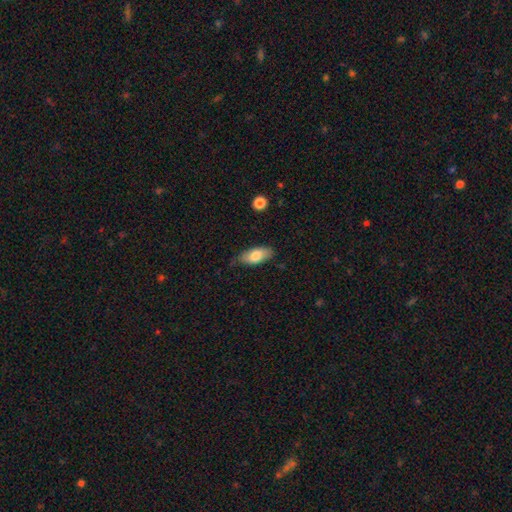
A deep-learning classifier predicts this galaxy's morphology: Smooth or featured?
  - smooth: 79% *
  - featured or disk: 15%
  - star or artifact: 6%
How rounded?
  - in between: 87% *
  - cigar-shaped: 10%
  - round: 3%
Merging?
  - none: 69% *
  - minor disturbance: 25%
  - major disturbance: 5%
  - merger: 2%